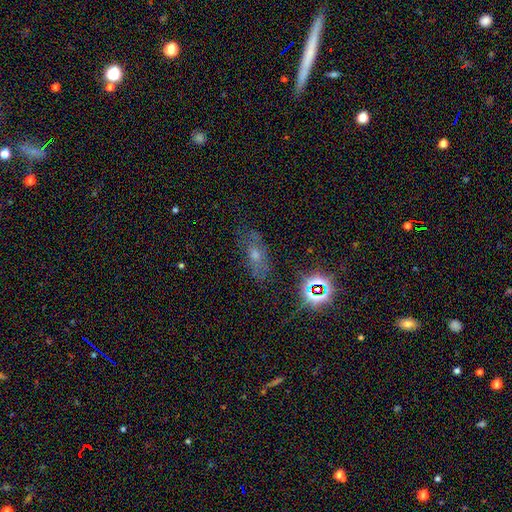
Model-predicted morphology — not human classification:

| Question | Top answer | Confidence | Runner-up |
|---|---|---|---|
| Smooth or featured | smooth | 40% | featured or disk (33%) |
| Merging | none | 67% | minor disturbance (21%) |